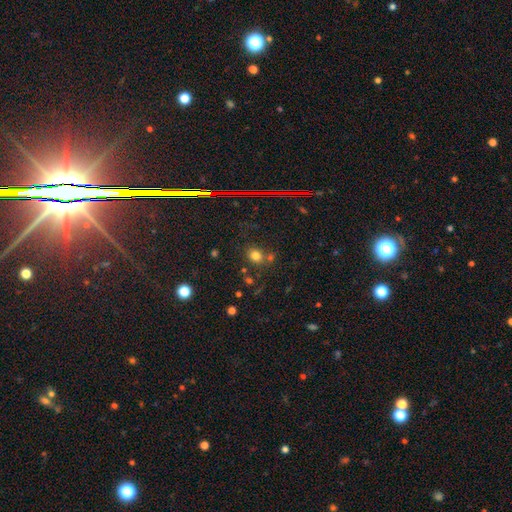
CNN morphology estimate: smooth 74%, star or artifact 18%, featured or disk 8%. Down the decision tree: how rounded — round (68%); merging — none (66%).